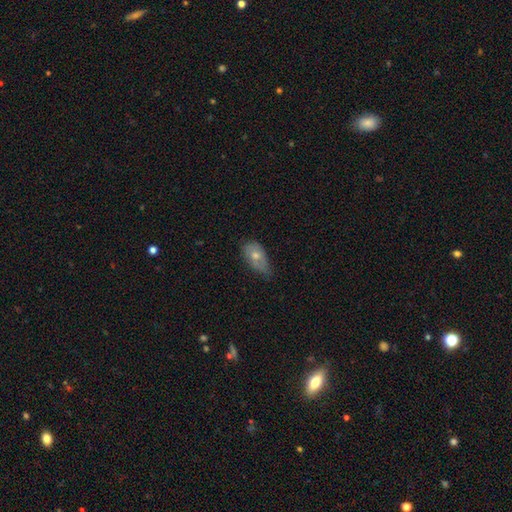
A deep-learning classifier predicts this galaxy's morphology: The model was most divided on "merging": minor disturbance: 46%, none: 39%, major disturbance: 13%, merger: 2%. More confident: how rounded — in between (90%); smooth or featured — smooth (67%).